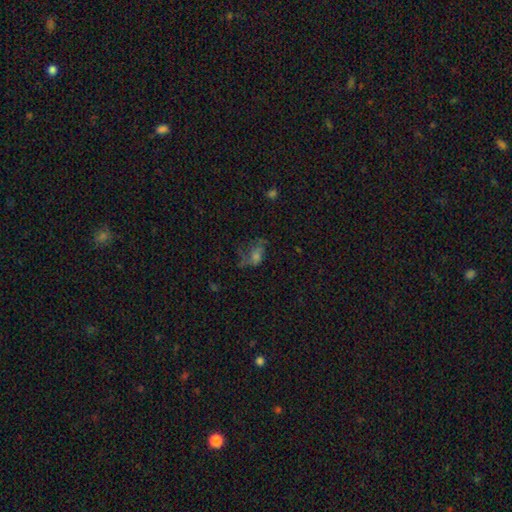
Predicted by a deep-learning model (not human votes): A smooth galaxy with no disk features (41%). Merging: major disturbance (39%).